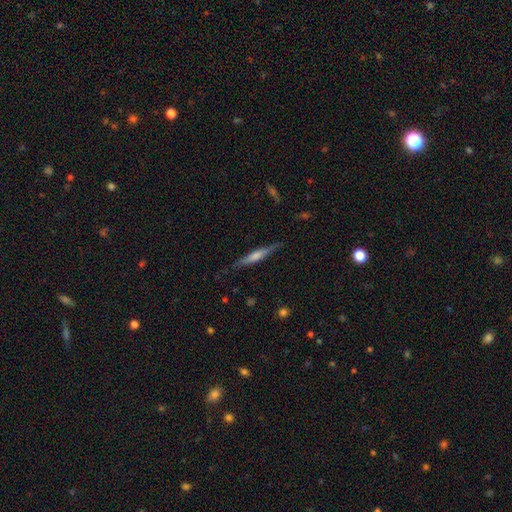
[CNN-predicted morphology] type=featured or disk (67%); edge-on=yes (97%); edge-on bulge=rounded (63%); merging=none (86%).